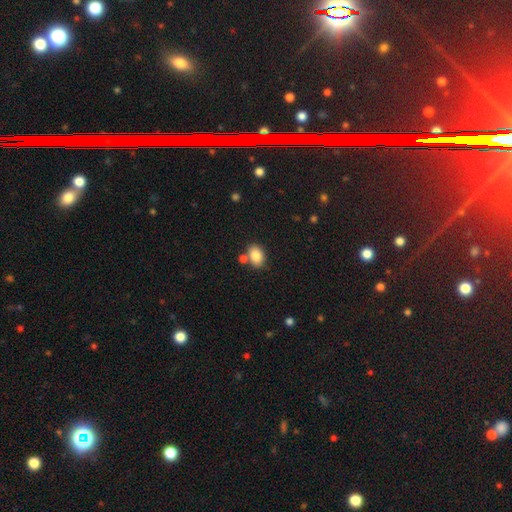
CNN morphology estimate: Smooth or featured: smooth — 85% (star or artifact — 8%)
How rounded: in between — 73% (round — 26%)
Merging: none — 69% (merger — 17%)